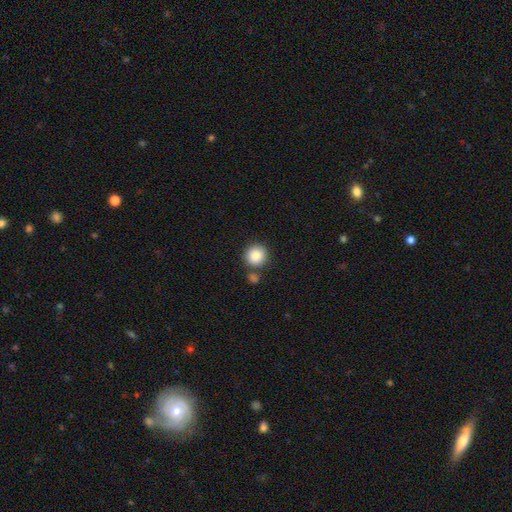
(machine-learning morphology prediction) This appears to be a smooth galaxy with no disk features (85%) that is round (93%). Merging: none (74%).